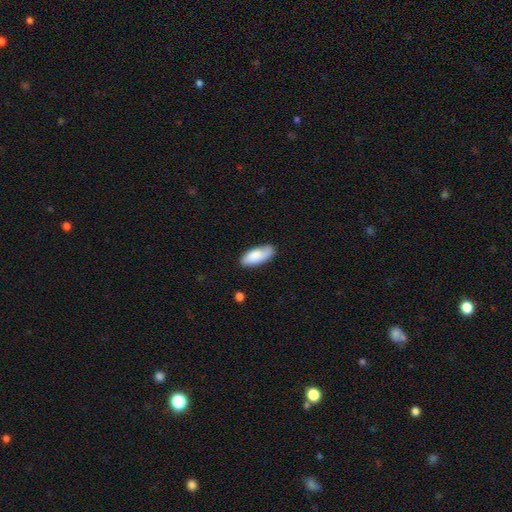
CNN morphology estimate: Q: Smooth or featured?
A: smooth (79%); runner-up: featured or disk (15%)
Q: How rounded?
A: in between (86%); runner-up: cigar-shaped (12%)
Q: Merging?
A: none (72%); runner-up: minor disturbance (21%)